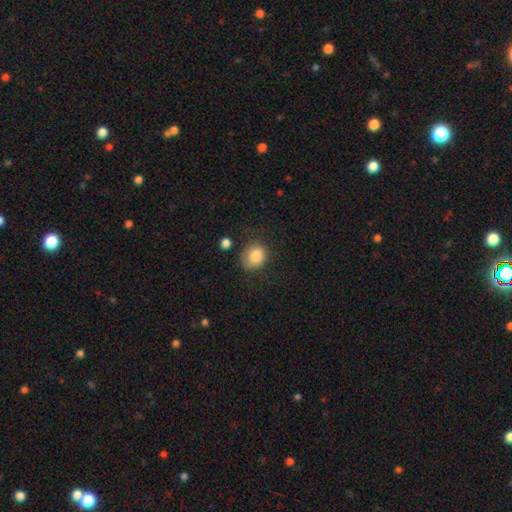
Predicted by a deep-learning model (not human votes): This is clearly a smooth galaxy (84%). How rounded: likely round (64%). Merging: likely none (66%).